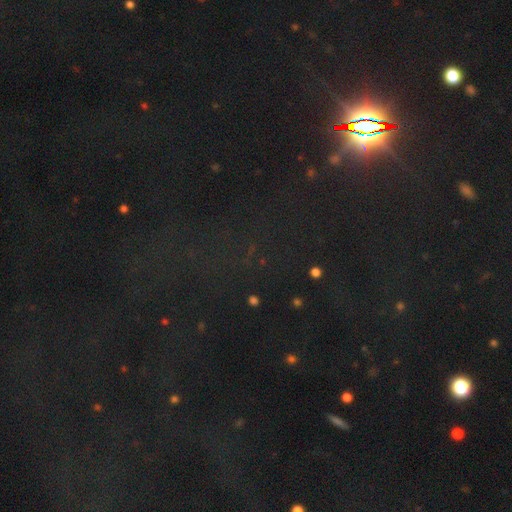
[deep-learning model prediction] Smooth or featured? Predicted: star or artifact (p=0.81).